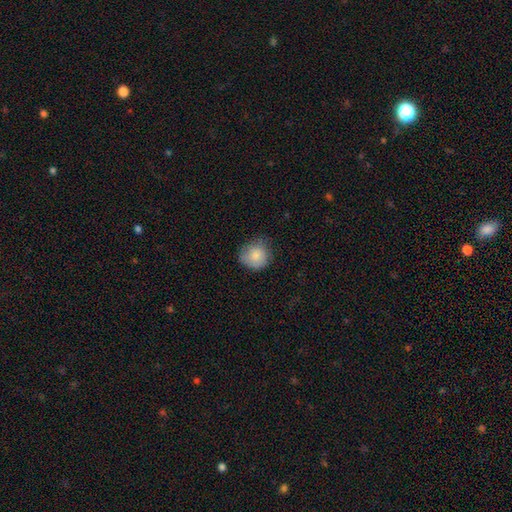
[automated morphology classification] Q: Smooth or featured?
A: smooth (83%); runner-up: featured or disk (9%)
Q: How rounded?
A: round (86%); runner-up: in between (13%)
Q: Merging?
A: none (66%); runner-up: minor disturbance (27%)